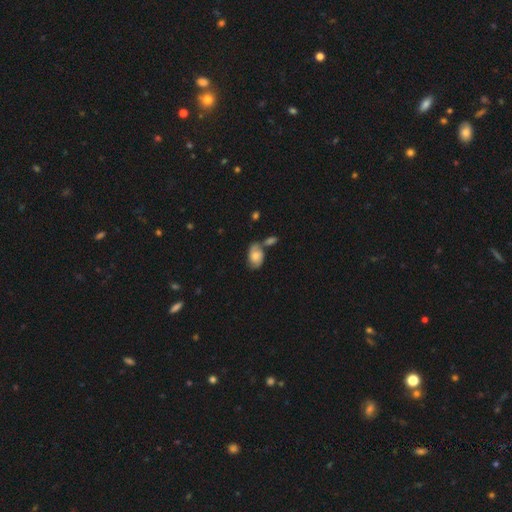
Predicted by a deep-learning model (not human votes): Q: Smooth or featured?
A: smooth (55%); runner-up: featured or disk (37%)
Q: How rounded?
A: in between (85%); runner-up: round (13%)
Q: Merging?
A: none (41%); runner-up: merger (33%)